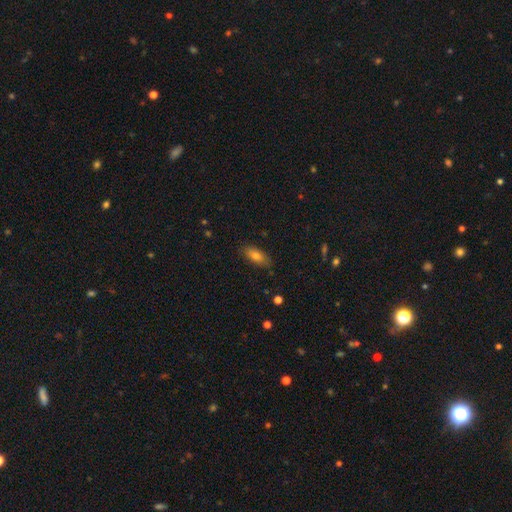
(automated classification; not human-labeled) This is likely a smooth galaxy (75%). How rounded: clearly in between (82%). Merging: clearly none (83%).